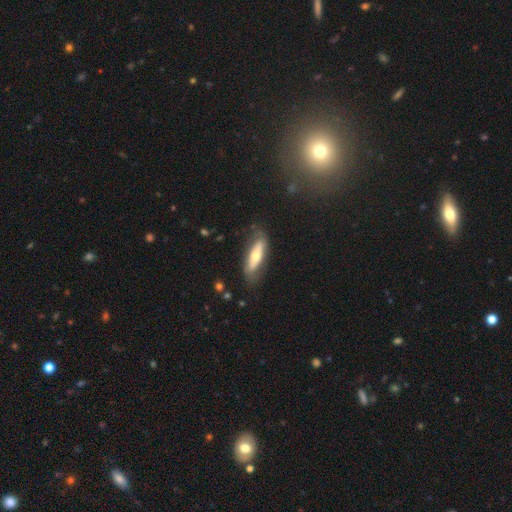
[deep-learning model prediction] smooth-or-featured: smooth: 48% | featured or disk: 46% | star or artifact: 6%
  merging: none: 71% | minor disturbance: 20% | major disturbance: 7% | merger: 2%